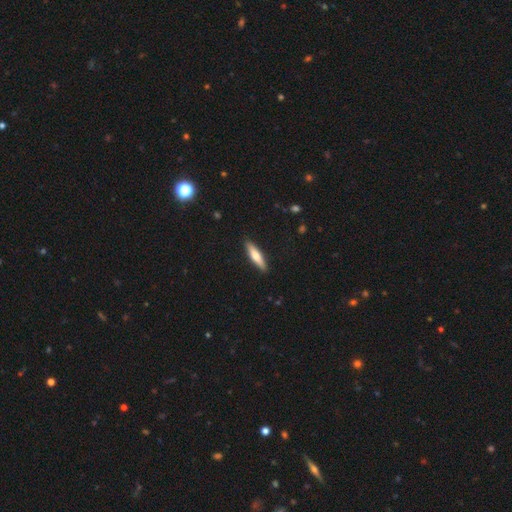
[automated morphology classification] Overall: smooth (60%; featured or disk 35%). How rounded: cigar-shaped (77%). Merging: none (90%).